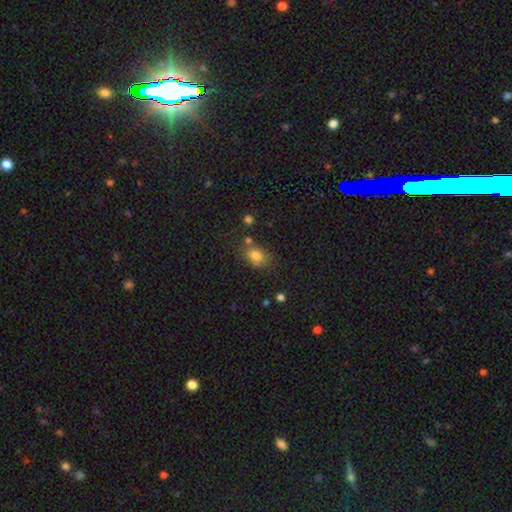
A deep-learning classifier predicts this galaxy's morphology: This is likely a smooth galaxy (80%). How rounded: likely in between (70%). Merging: likely none (63%).